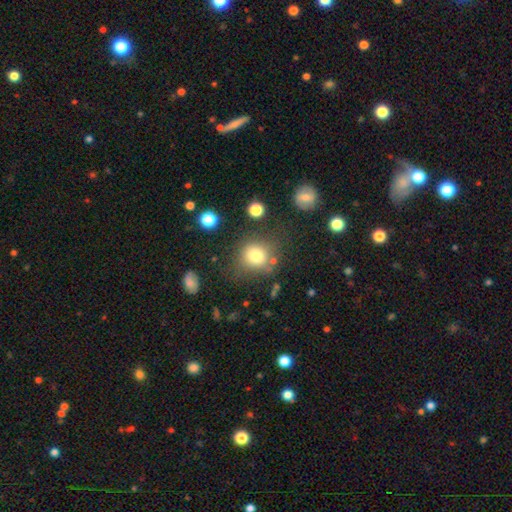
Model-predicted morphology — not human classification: smooth-or-featured: smooth: 78% | star or artifact: 13% | featured or disk: 9%
  how-rounded: round: 80% | in between: 19% | cigar-shaped: 1%
  merging: none: 69% | minor disturbance: 16% | major disturbance: 8% | merger: 7%